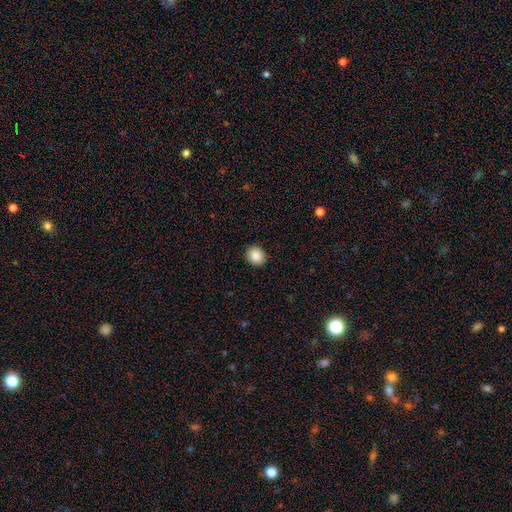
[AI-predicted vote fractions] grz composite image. It shows a smooth galaxy with no disk features (87%) that is round (70%). Merging: none (91%).